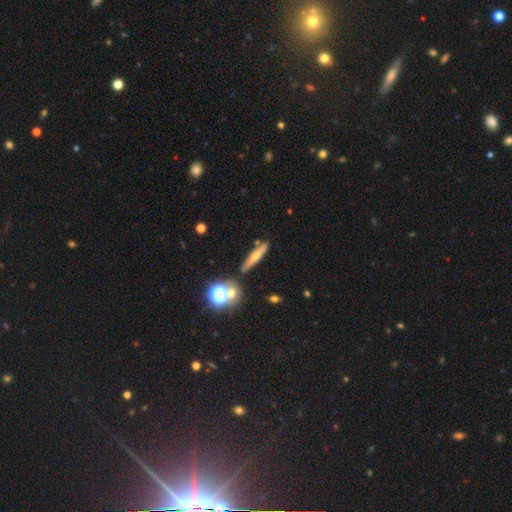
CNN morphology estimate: Smooth or featured? featured or disk (44%, tied with smooth)
Merging? none (82%)